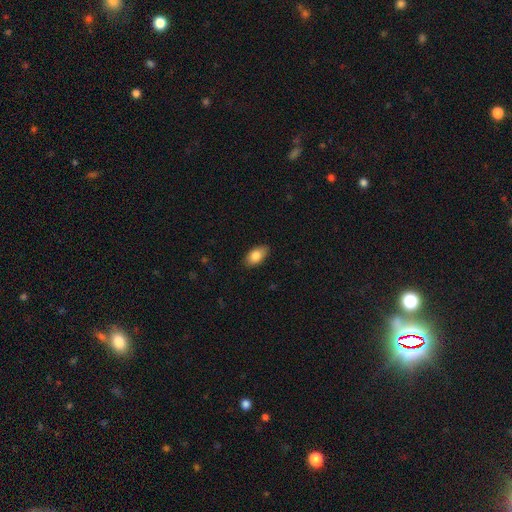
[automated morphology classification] smooth_or_featured: smooth (p=0.83) [alt: featured or disk p=0.10]
how_rounded: in between (p=0.92) [alt: round p=0.04]
merging: none (p=0.85) [alt: minor disturbance p=0.12]